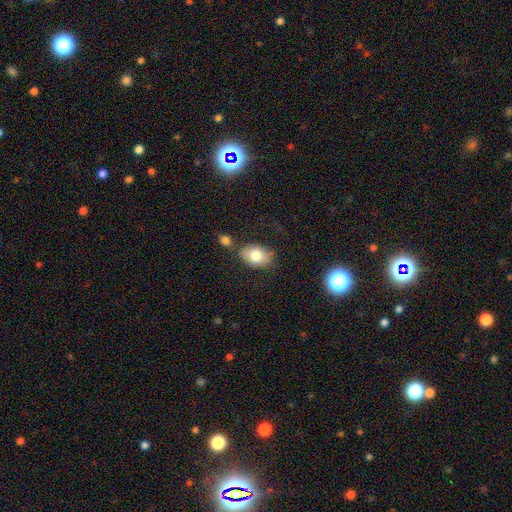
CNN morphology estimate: smooth_or_featured: smooth (p=0.77) [alt: featured or disk p=0.15]
how_rounded: in between (p=0.80) [alt: round p=0.18]
merging: none (p=0.69) [alt: minor disturbance p=0.17]